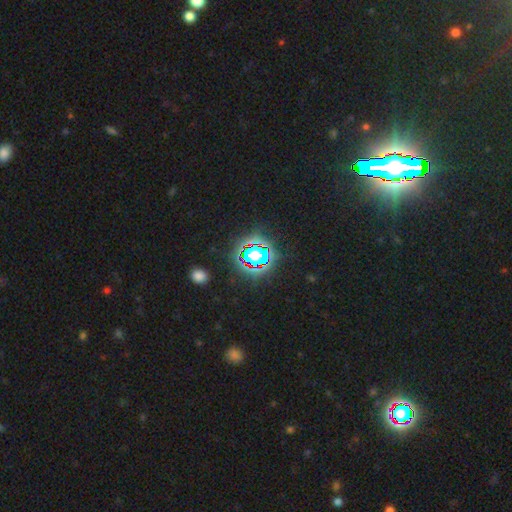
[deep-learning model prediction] Morphology: type=star or artifact (73%).